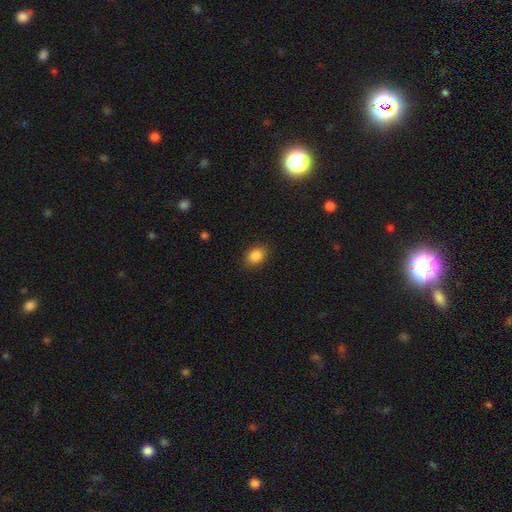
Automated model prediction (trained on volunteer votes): smooth-or-featured: smooth: 86% | star or artifact: 9% | featured or disk: 5%
  how-rounded: in between: 61% | round: 38% | cigar-shaped: 1%
  merging: none: 86% | minor disturbance: 11% | major disturbance: 3% | merger: 1%